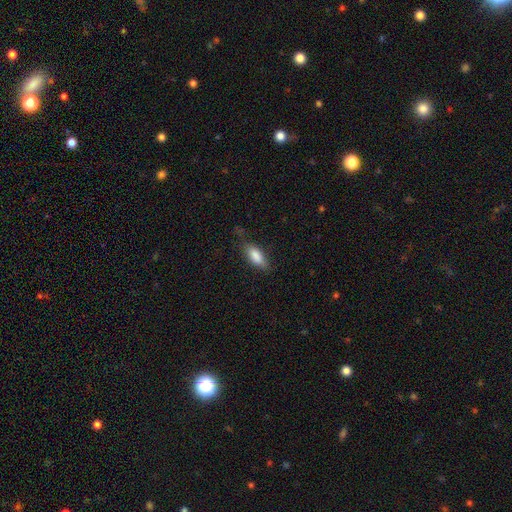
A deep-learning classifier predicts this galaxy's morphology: type=smooth (85%); roundness=in between (76%); merging=none (72%).